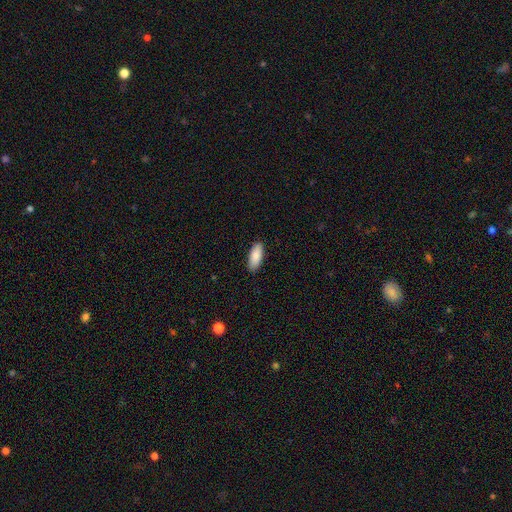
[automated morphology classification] The model was most divided on "how rounded": in between: 80%, cigar-shaped: 18%, round: 2%. More confident: merging — none (90%); smooth or featured — smooth (88%).